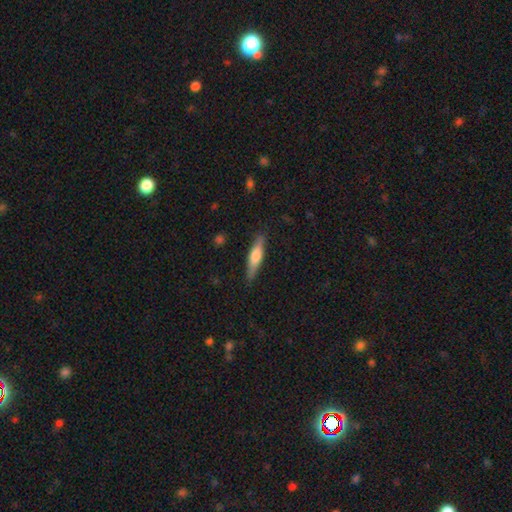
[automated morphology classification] Smooth or featured: smooth — 59% (featured or disk — 35%)
How rounded: cigar-shaped — 79% (in between — 20%)
Merging: none — 86% (minor disturbance — 11%)